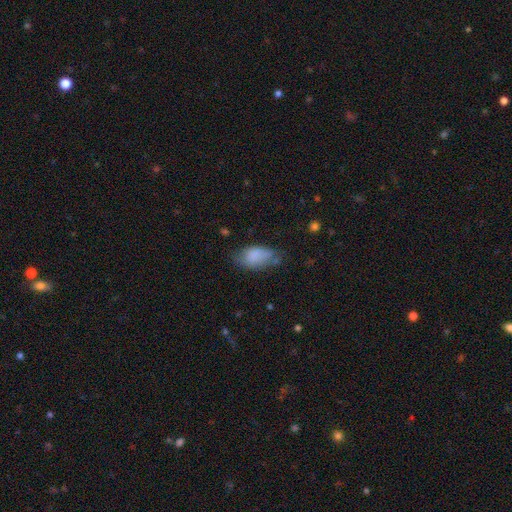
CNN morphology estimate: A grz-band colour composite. It shows a smooth galaxy with no disk features (80%) that is in between round and cigar-shaped (93%). Merging: none (50%).